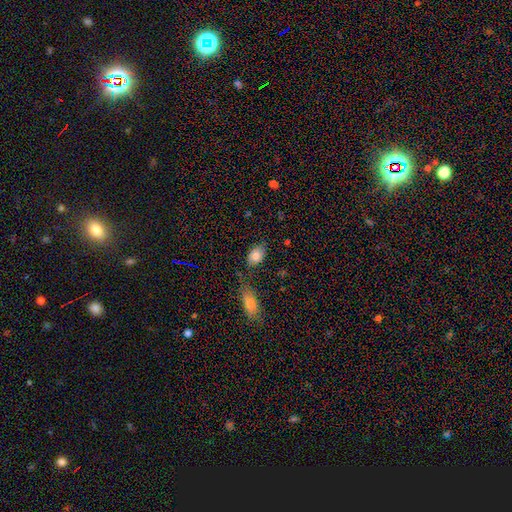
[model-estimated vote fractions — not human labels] Smooth or featured: smooth — 82% (featured or disk — 10%)
How rounded: in between — 85% (round — 13%)
Merging: none — 65% (minor disturbance — 21%)